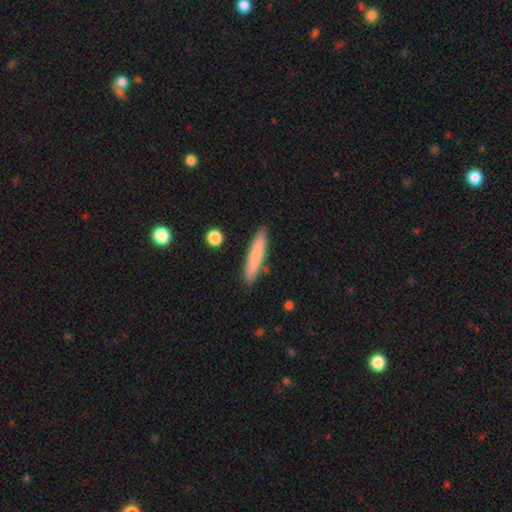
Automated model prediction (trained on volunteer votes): Smooth or featured? Predicted: smooth (p=0.78). How rounded? Predicted: cigar-shaped (p=0.89). Merging? Predicted: none (p=0.88).